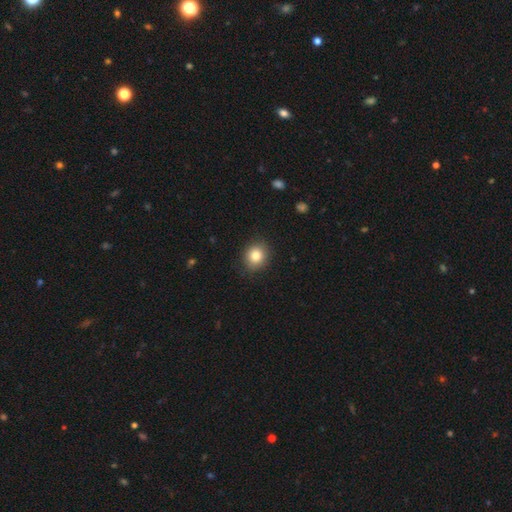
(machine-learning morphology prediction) This appears to be a smooth galaxy with no disk features (83%) that is round (77%). Merging: none (88%).